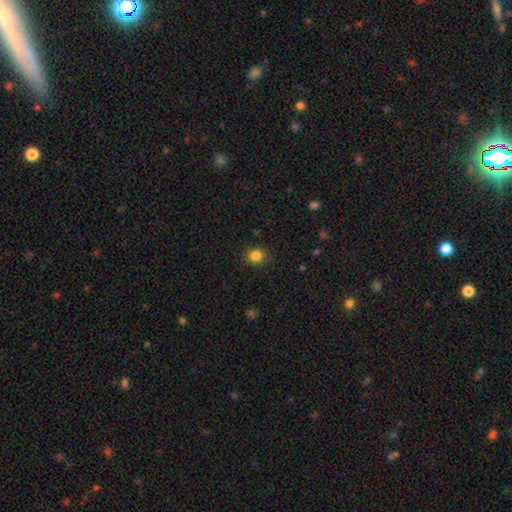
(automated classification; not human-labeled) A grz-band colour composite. It shows a smooth galaxy with no disk features (85%) that is round (78%). Merging: none (87%).